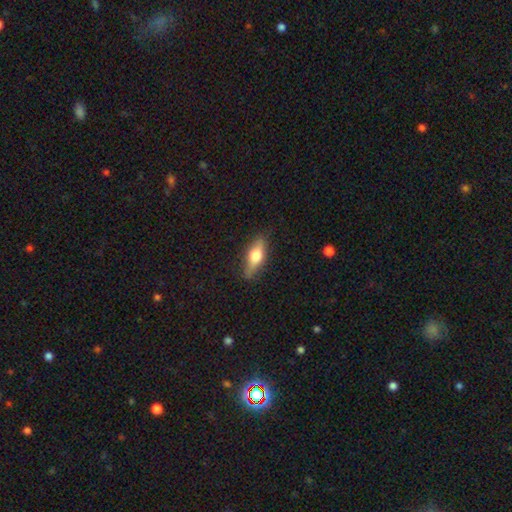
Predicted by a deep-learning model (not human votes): Smooth or featured? Predicted: smooth (p=0.52). How rounded? Predicted: in between (p=0.57). Merging? Predicted: none (p=0.83).